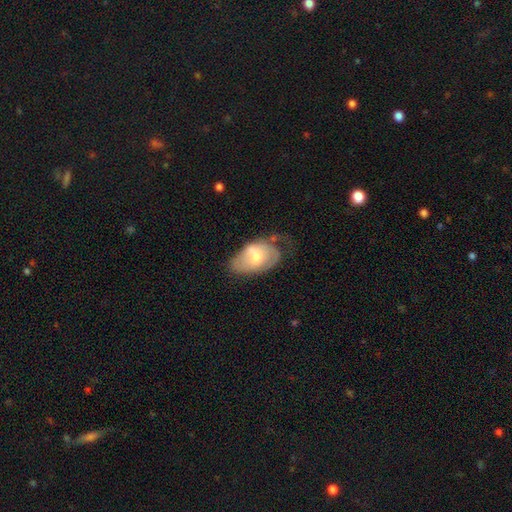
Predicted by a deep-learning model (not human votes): This appears to be a featured or disk galaxy (47%, tied with smooth). Merging: none (35%, tied with minor disturbance).